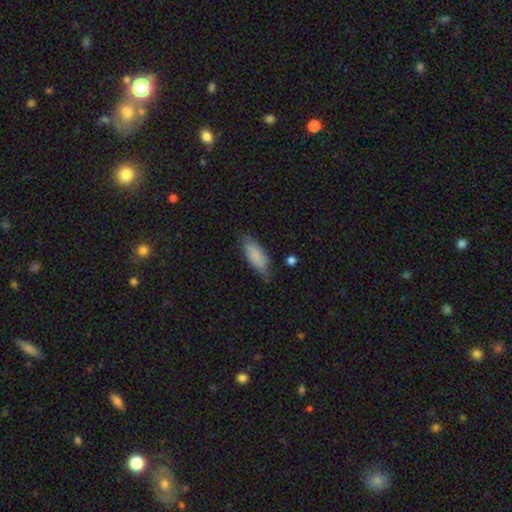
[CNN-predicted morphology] This appears to be a smooth galaxy with no disk features (82%) that is in between round and cigar-shaped (72%). Merging: none (69%).